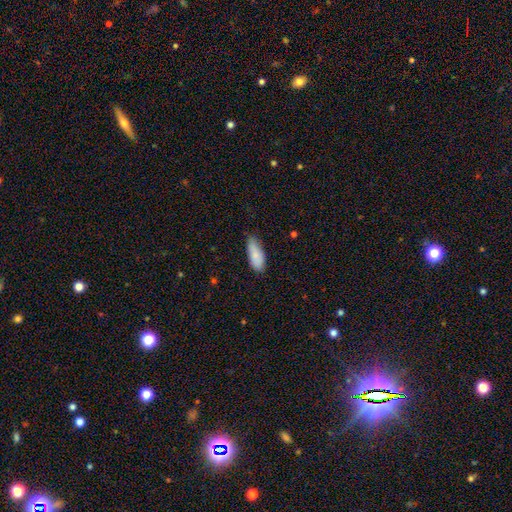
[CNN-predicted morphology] A smooth galaxy with no disk features (86%) that is in between round and cigar-shaped (79%).

Vote fractions:
- Smooth or featured? smooth: 86% / featured or disk: 8% / star or artifact: 6%
- How rounded? in between: 79% / cigar-shaped: 20% / round: 2%
- Merging? none: 69% / minor disturbance: 26% / major disturbance: 4% / merger: 1%